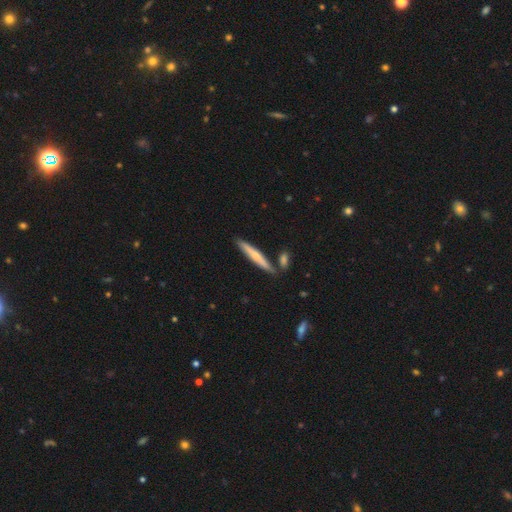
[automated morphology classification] Smooth or featured? Predicted: smooth (p=0.52). How rounded? Predicted: cigar-shaped (p=0.93). Merging? Predicted: none (p=0.81).